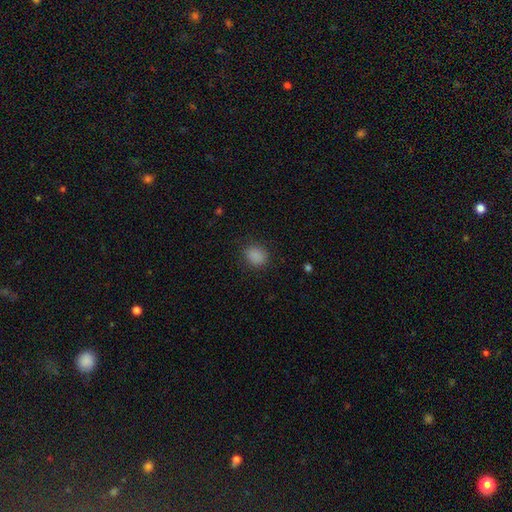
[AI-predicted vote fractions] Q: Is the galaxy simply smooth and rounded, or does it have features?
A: smooth — 86%.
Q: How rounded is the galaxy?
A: round — 54%.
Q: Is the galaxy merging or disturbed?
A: none — 84%.